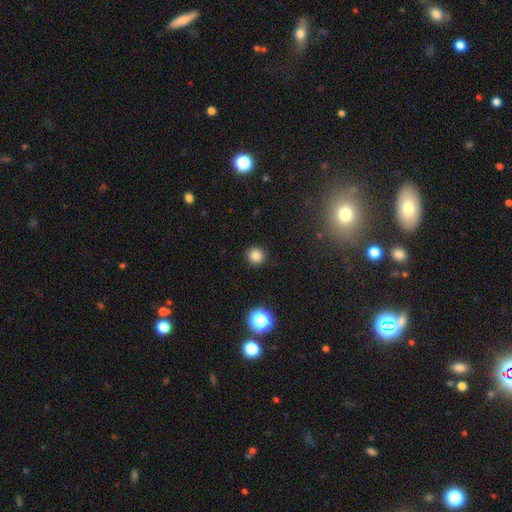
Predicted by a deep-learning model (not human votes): smooth_or_featured: smooth (p=0.83) [alt: star or artifact p=0.14]
how_rounded: round (p=0.93) [alt: in between p=0.06]
merging: none (p=0.92) [alt: minor disturbance p=0.05]